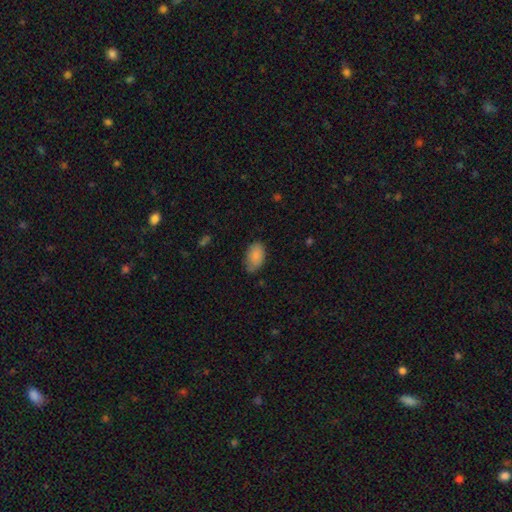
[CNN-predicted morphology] This is clearly a smooth galaxy (87%). How rounded: clearly in between (93%). Merging: likely none (69%).